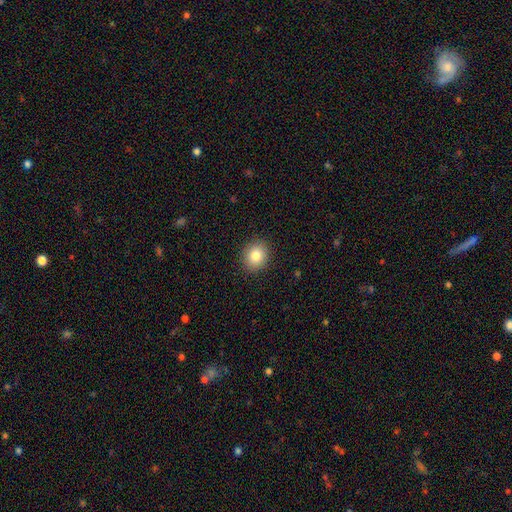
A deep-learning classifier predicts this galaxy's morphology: The model was most divided on "how rounded": round: 72%, in between: 27%, cigar-shaped: 1%. More confident: merging — none (91%); smooth or featured — smooth (83%).